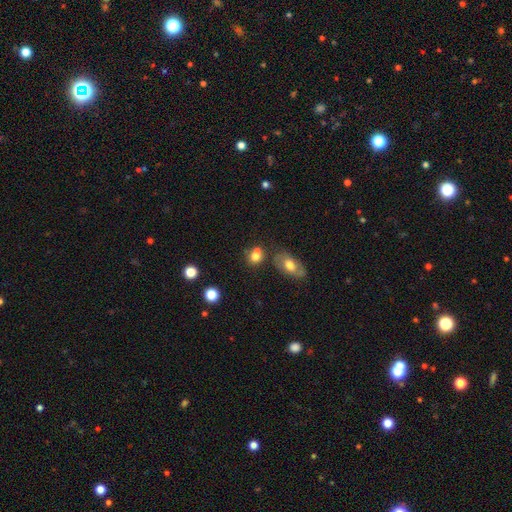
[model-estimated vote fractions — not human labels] Q: Smooth or featured?
A: smooth (77%); runner-up: star or artifact (12%)
Q: How rounded?
A: round (63%); runner-up: in between (35%)
Q: Merging?
A: none (50%); runner-up: merger (32%)